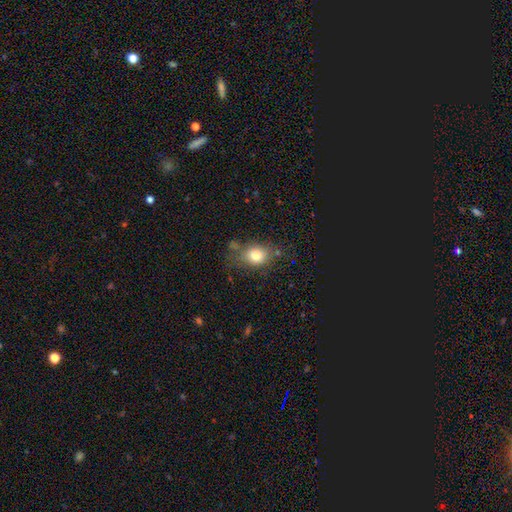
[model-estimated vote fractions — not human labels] smooth 79%, featured or disk 11%, star or artifact 10%. Down the decision tree: how rounded — in between (58%); merging — none (63%).